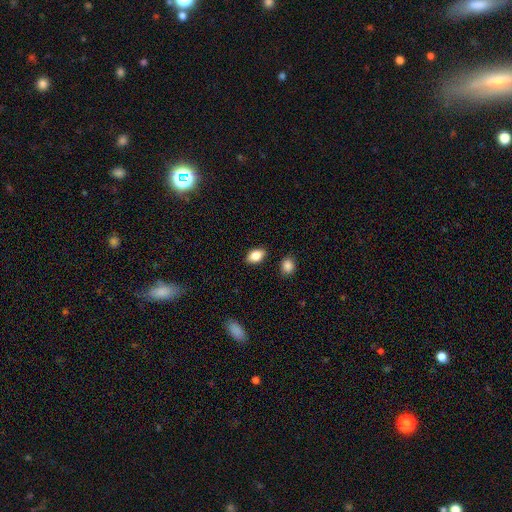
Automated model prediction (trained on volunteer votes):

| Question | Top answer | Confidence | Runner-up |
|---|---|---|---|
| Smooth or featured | smooth | 84% | featured or disk (8%) |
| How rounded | in between | 87% | round (11%) |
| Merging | none | 86% | minor disturbance (10%) |